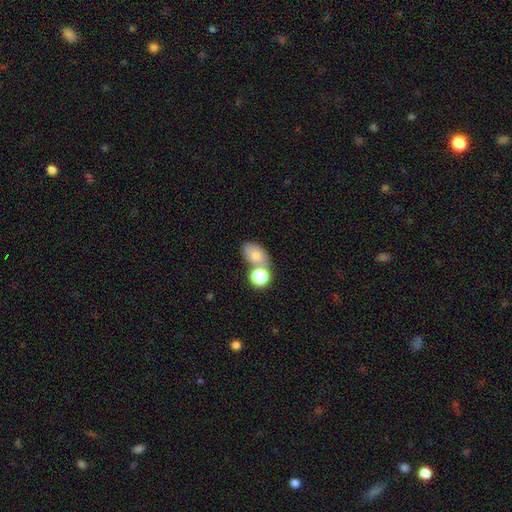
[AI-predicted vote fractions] smooth_or_featured: smooth (p=0.73) [alt: featured or disk p=0.15]
how_rounded: in between (p=0.80) [alt: round p=0.19]
merging: none (p=0.48) [alt: merger p=0.32]